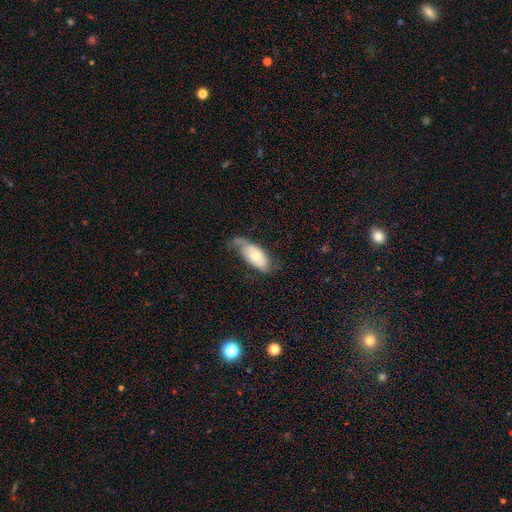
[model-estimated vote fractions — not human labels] featured or disk 47% (tied), smooth 47% (tied), star or artifact 6%. Down the decision tree: merging — none (40%).